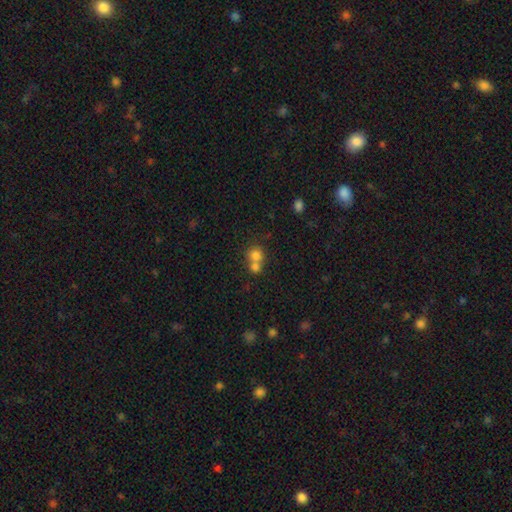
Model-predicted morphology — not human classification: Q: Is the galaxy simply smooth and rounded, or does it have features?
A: smooth — 77%.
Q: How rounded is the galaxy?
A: round — 83%.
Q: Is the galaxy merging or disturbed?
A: merger — 56%.